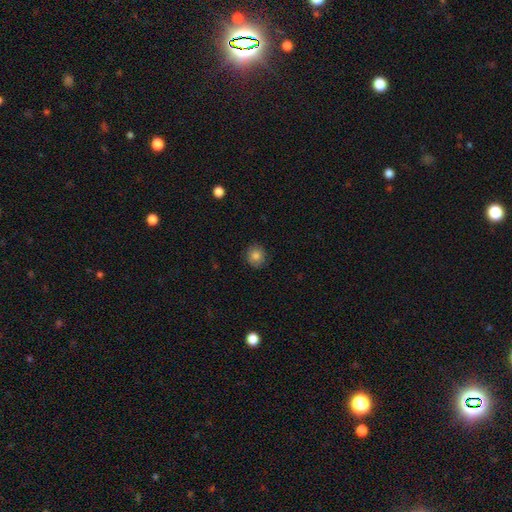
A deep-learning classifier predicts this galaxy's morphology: The model was most divided on "smooth or featured": smooth: 82%, star or artifact: 10%, featured or disk: 8%. More confident: how rounded — round (89%); merging — none (89%).